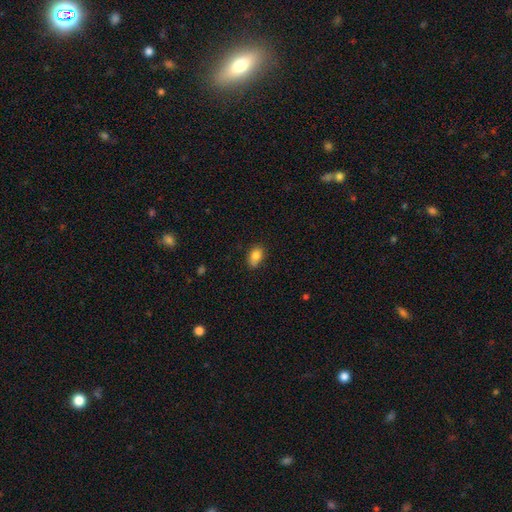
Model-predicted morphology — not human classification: smooth_or_featured: smooth (p=0.83) [alt: star or artifact p=0.09]
how_rounded: in between (p=0.80) [alt: round p=0.18]
merging: none (p=0.69) [alt: minor disturbance p=0.25]